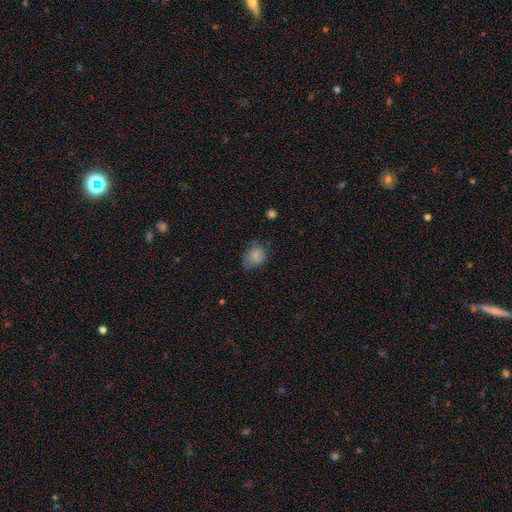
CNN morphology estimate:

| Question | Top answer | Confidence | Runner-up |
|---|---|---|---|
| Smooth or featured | smooth | 82% | featured or disk (9%) |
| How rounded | in between | 55% | round (44%) |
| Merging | none | 60% | minor disturbance (30%) |